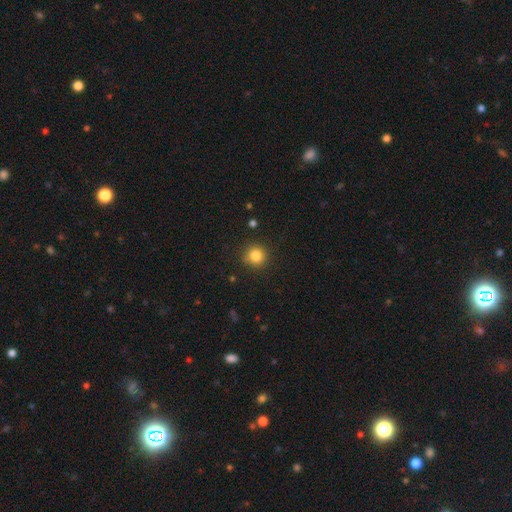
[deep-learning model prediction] This appears to be a smooth galaxy with no disk features (83%) that is round (93%). Merging: none (89%).